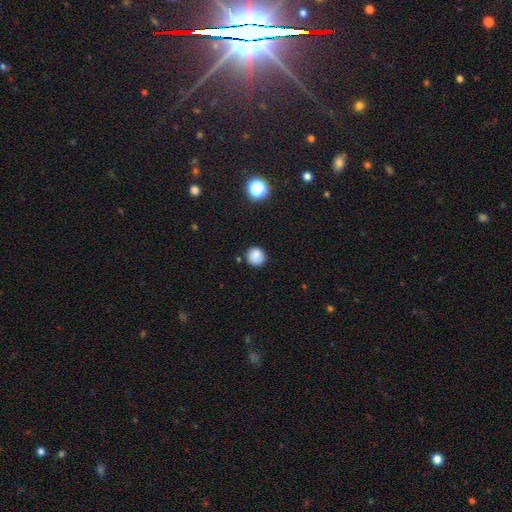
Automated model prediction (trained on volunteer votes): This is clearly a smooth galaxy (84%). How rounded: clearly round (93%). Merging: clearly none (85%).